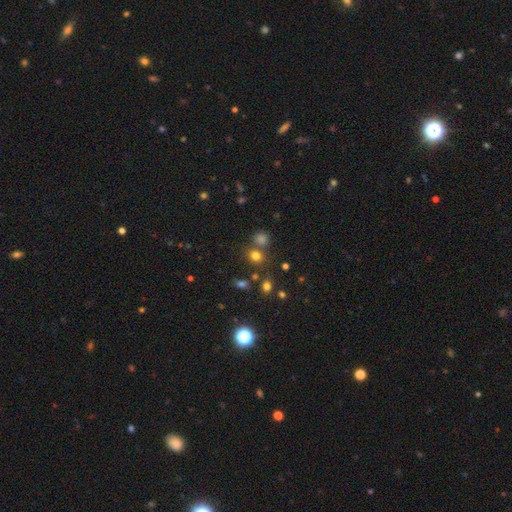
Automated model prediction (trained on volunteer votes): A smooth galaxy with no disk features (74%) that is round (73%). Merging: none (68%).